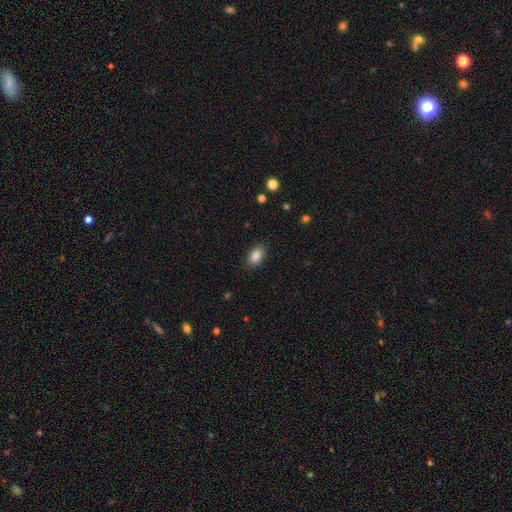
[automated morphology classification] This is clearly a smooth galaxy (87%). How rounded: clearly in between (88%). Merging: clearly none (87%).